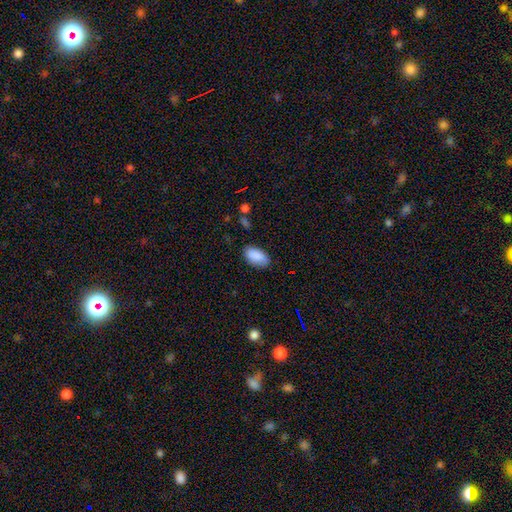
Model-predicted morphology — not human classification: Smooth or featured: smooth — 88% (star or artifact — 7%)
How rounded: in between — 94% (round — 3%)
Merging: none — 79% (minor disturbance — 16%)